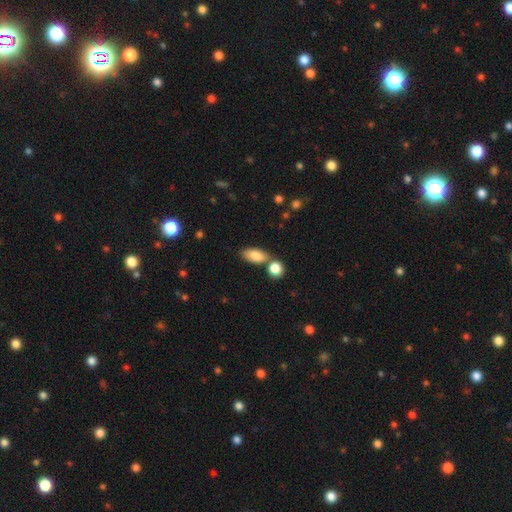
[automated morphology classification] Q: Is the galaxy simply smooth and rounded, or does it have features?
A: smooth — 86%.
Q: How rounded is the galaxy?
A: in between — 87%.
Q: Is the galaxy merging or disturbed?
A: none — 60%.